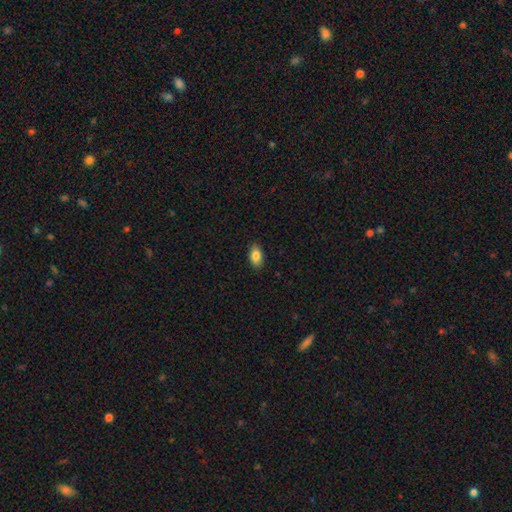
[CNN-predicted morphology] This is clearly a smooth galaxy (84%). How rounded: clearly in between (91%). Merging: clearly none (88%).